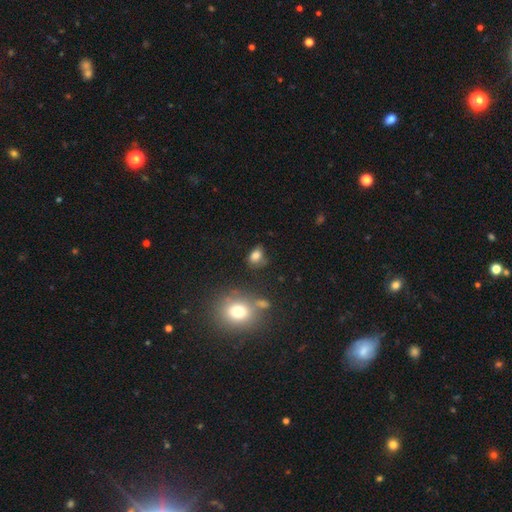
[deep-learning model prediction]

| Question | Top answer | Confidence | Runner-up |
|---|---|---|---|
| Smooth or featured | smooth | 78% | star or artifact (13%) |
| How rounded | in between | 66% | round (32%) |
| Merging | none | 57% | minor disturbance (25%) |